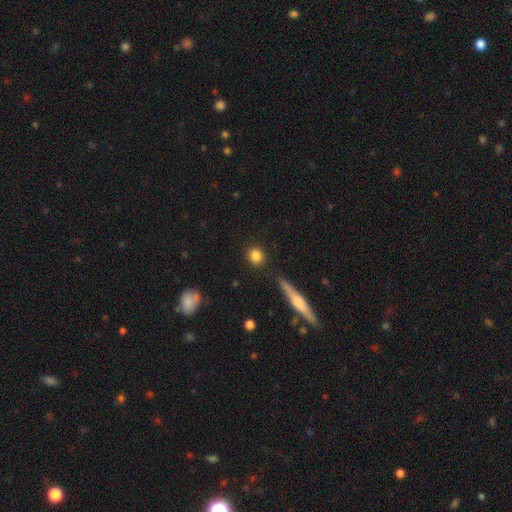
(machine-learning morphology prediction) A smooth galaxy with no disk features (83%) that is round (86%).

Vote fractions:
- Smooth or featured? smooth: 83% / star or artifact: 9% / featured or disk: 8%
- How rounded? round: 86% / in between: 11% / cigar-shaped: 3%
- Merging? none: 87% / minor disturbance: 8% / merger: 3% / major disturbance: 3%